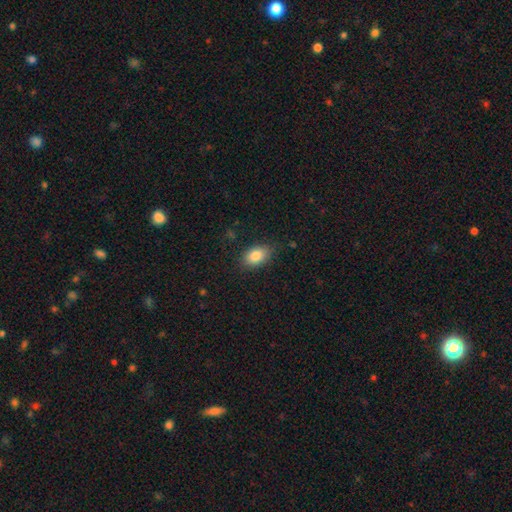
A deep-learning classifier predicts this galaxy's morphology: A smooth galaxy with no disk features (85%) that is in between round and cigar-shaped (86%). Merging: none (82%).